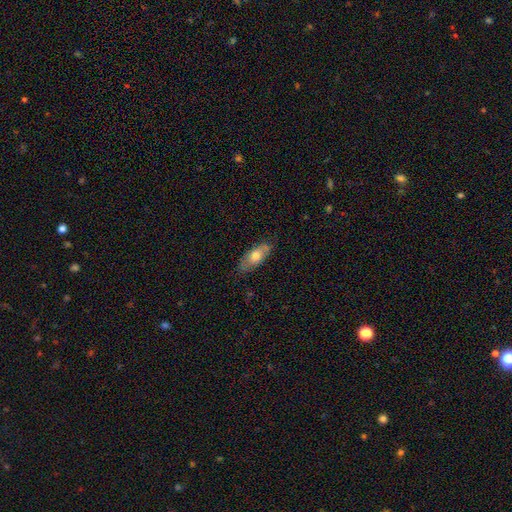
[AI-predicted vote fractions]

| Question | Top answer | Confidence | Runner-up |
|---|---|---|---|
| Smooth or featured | smooth | 63% | featured or disk (31%) |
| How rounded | in between | 81% | cigar-shaped (16%) |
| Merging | none | 73% | minor disturbance (21%) |